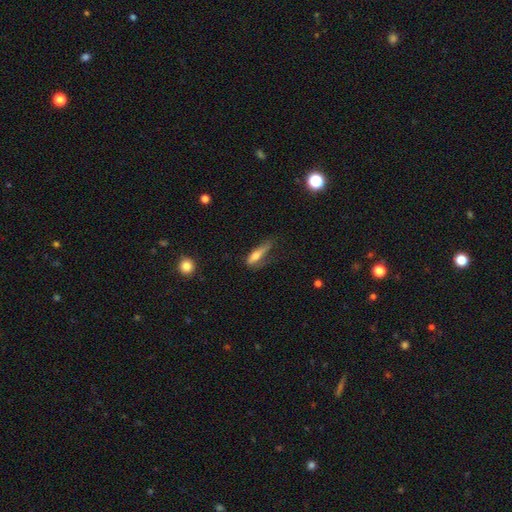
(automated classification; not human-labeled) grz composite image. It shows a smooth galaxy with no disk features (64%) that is cigar-shaped (60%). Merging: none (36%).